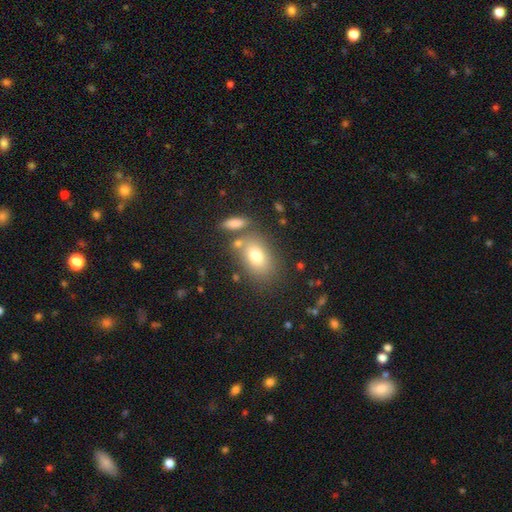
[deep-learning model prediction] A smooth galaxy with no disk features (76%) that is in between round and cigar-shaped (79%).

Vote fractions:
- Smooth or featured? smooth: 76% / featured or disk: 14% / star or artifact: 10%
- How rounded? in between: 79% / round: 19% / cigar-shaped: 2%
- Merging? none: 66% / merger: 15% / minor disturbance: 13% / major disturbance: 6%